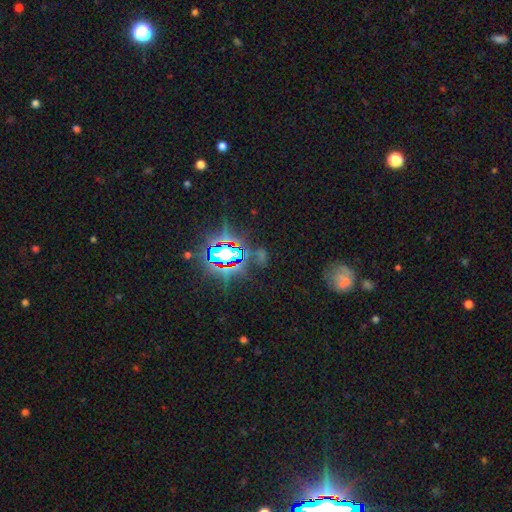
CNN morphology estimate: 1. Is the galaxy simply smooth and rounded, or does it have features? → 75% star or artifact, 14% smooth, 11% featured or disk.